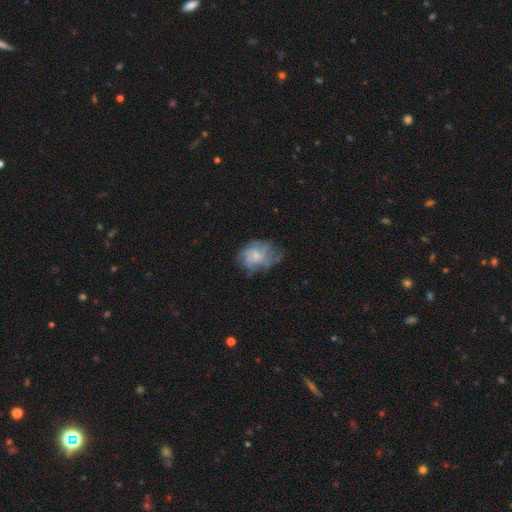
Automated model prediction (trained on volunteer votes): Smooth or featured? featured or disk (61%)
Edge-on disk? no (97%)
Bar? no (79%)
Spiral arms? yes (77%)
Bulge size? small (46%)
Merging? none (58%)